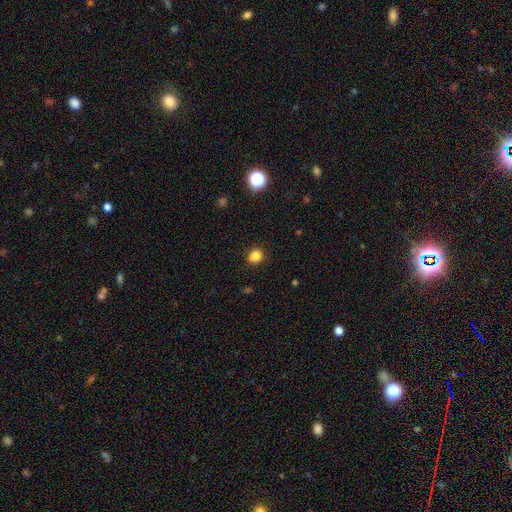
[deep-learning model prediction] Overall: smooth (82%). How rounded: round (71%). Merging: none (84%).